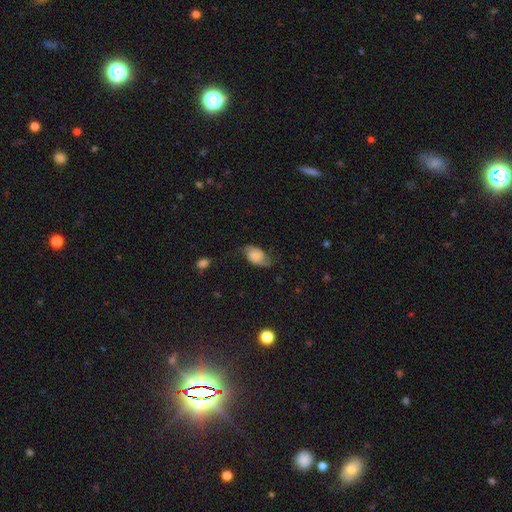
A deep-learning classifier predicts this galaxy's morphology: smooth_or_featured: smooth (p=0.48) [alt: featured or disk p=0.41]
merging: none (p=0.57) [alt: minor disturbance p=0.27]